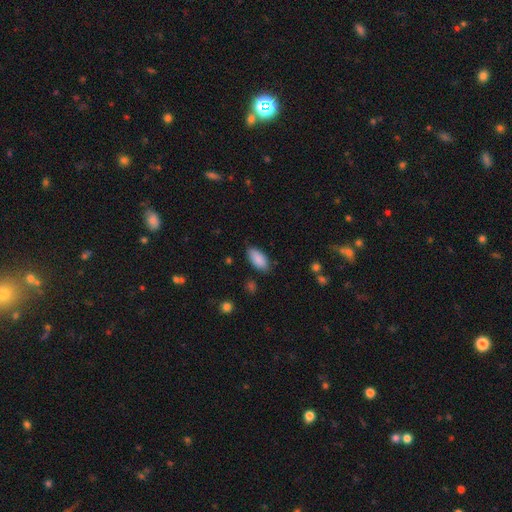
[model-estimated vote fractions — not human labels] Smooth or featured? smooth (88%)
How rounded? in between (91%)
Merging? none (84%)